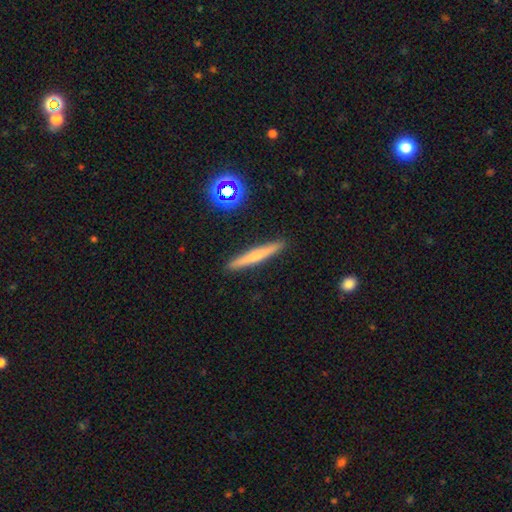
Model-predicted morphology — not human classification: This is possibly a smooth galaxy (51%). How rounded: clearly cigar-shaped (95%). Merging: clearly none (92%).